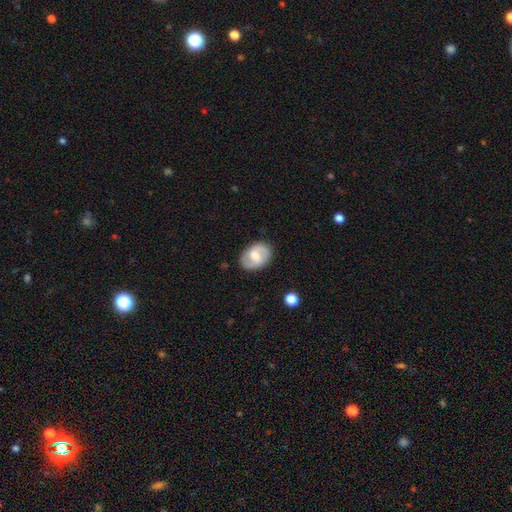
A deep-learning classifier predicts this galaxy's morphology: type=featured or disk (56%); edge-on=no (95%); bar=weak (49%); spiral arms=yes (68%); bulge=moderate (52%); merging=none (82%).